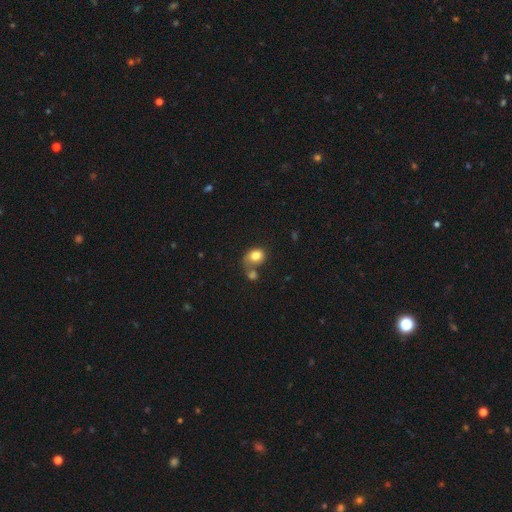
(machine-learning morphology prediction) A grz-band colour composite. It shows a smooth galaxy with no disk features (81%) that is in between round and cigar-shaped (51%). Merging: none (39%).